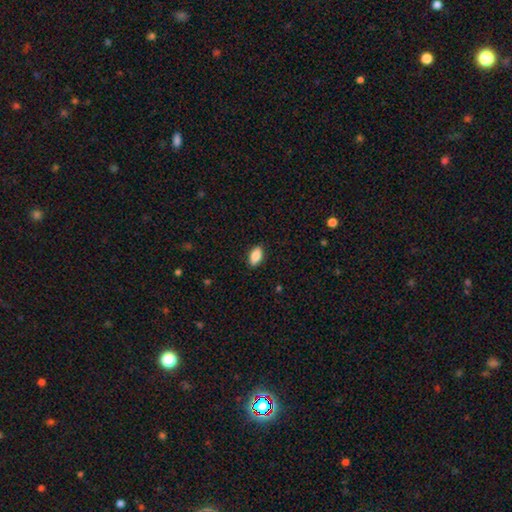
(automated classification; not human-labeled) The model was most divided on "smooth or featured": smooth: 85%, featured or disk: 8%, star or artifact: 7%. More confident: how rounded — in between (91%); merging — none (88%).